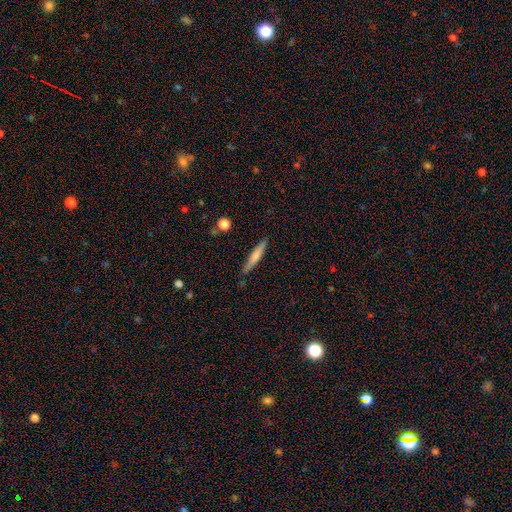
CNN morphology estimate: type=smooth (64%); roundness=cigar-shaped (93%); merging=none (84%).